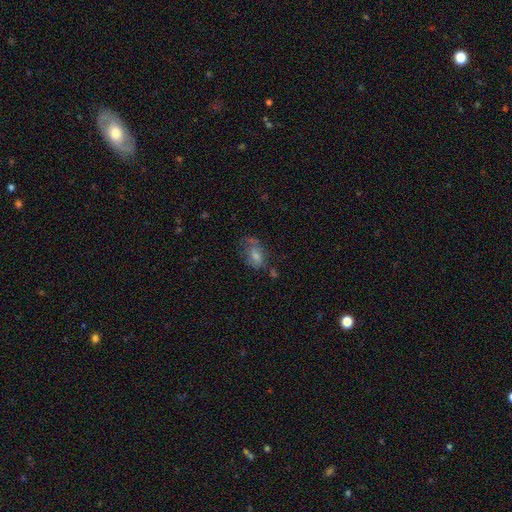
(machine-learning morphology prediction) Overall: smooth (42%, tied with featured or disk). Merging: none (43%; major disturbance 26%).